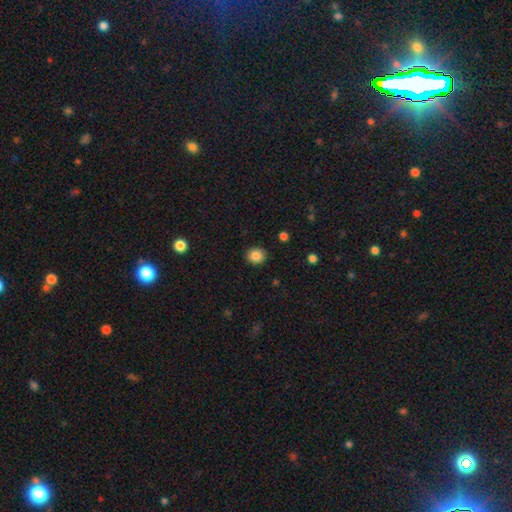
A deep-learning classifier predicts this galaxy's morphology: smooth-or-featured: smooth: 86% | star or artifact: 10% | featured or disk: 5%
  how-rounded: round: 80% | in between: 19% | cigar-shaped: 1%
  merging: none: 91% | minor disturbance: 6% | major disturbance: 2% | merger: 1%